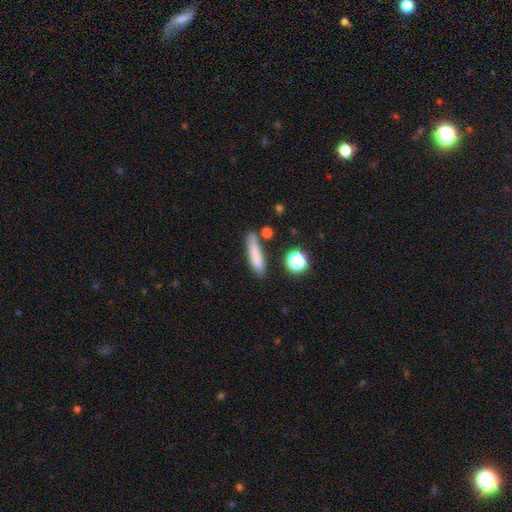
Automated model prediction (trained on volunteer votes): A smooth galaxy with no disk features (79%) that is cigar-shaped (79%). Merging: none (74%).